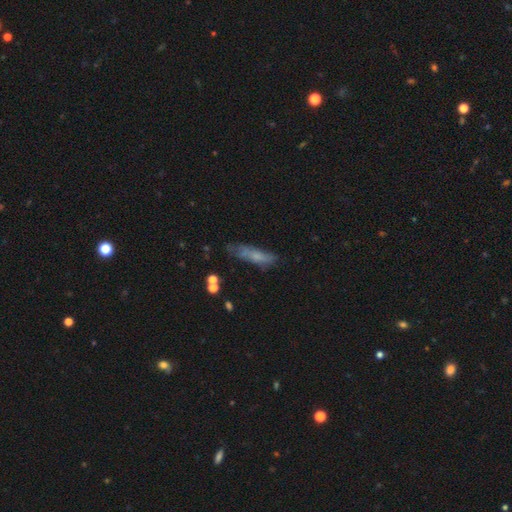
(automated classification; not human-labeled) smooth-or-featured: smooth: 62% | featured or disk: 28% | star or artifact: 10%
  how-rounded: cigar-shaped: 67% | in between: 31% | round: 2%
  merging: none: 55% | minor disturbance: 29% | major disturbance: 12% | merger: 4%